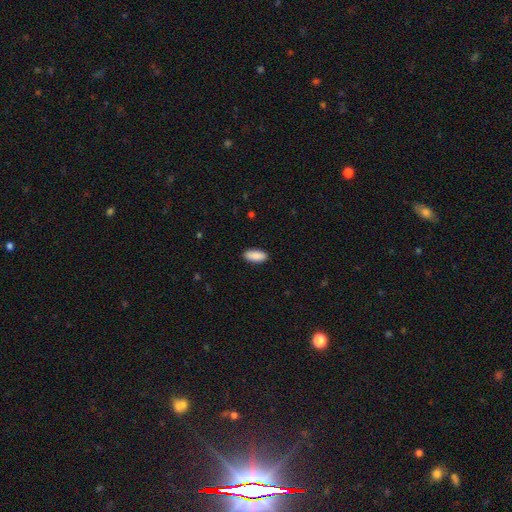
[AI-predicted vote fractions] This is clearly a smooth galaxy (90%). How rounded: clearly in between (86%). Merging: clearly none (89%).